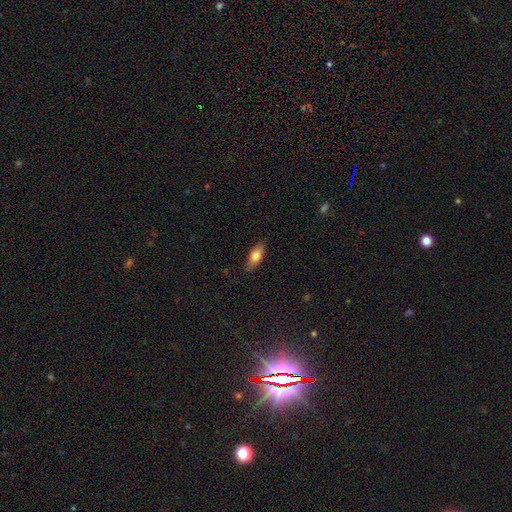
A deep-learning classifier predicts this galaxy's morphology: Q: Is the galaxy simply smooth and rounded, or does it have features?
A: smooth — 73%.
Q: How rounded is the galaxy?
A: in between — 79%.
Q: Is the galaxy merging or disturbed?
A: none — 83%.